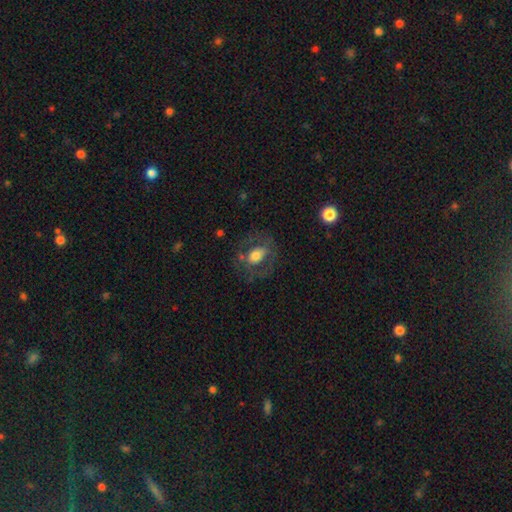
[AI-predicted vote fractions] This appears to be a smooth galaxy with no disk features (48%). Merging: none (64%).